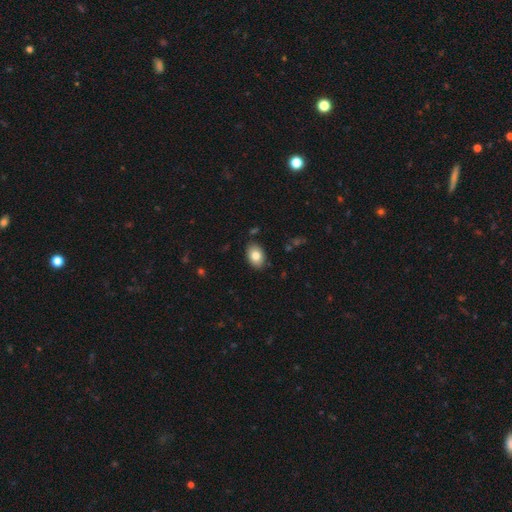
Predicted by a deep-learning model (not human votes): A smooth galaxy with no disk features (82%) that is in between round and cigar-shaped (83%). Merging: none (87%).